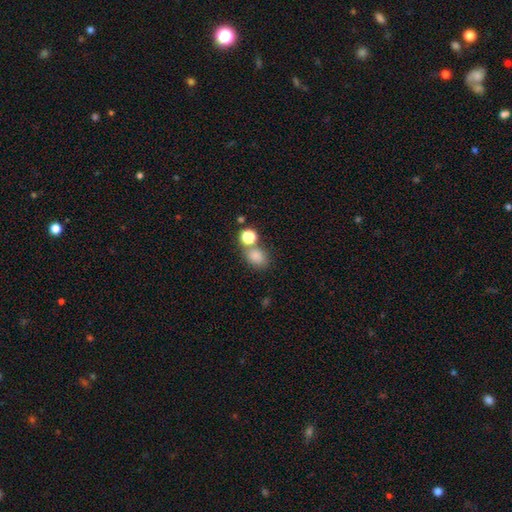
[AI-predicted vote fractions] This is clearly a smooth galaxy (80%). How rounded: possibly in between (59%). Merging: possibly none (56%).